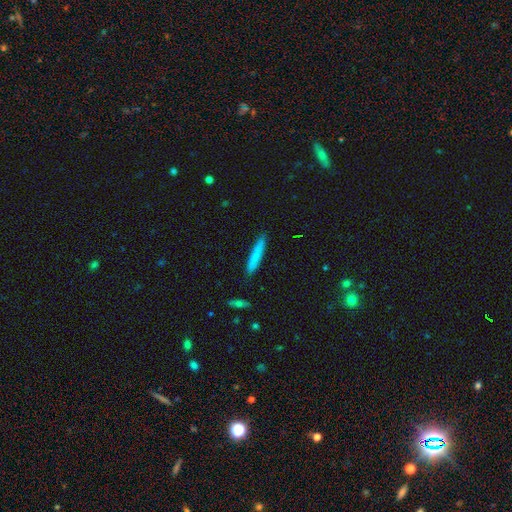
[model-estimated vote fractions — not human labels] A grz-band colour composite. It shows a smooth galaxy with no disk features (76%) that is cigar-shaped (94%). Merging: none (87%).